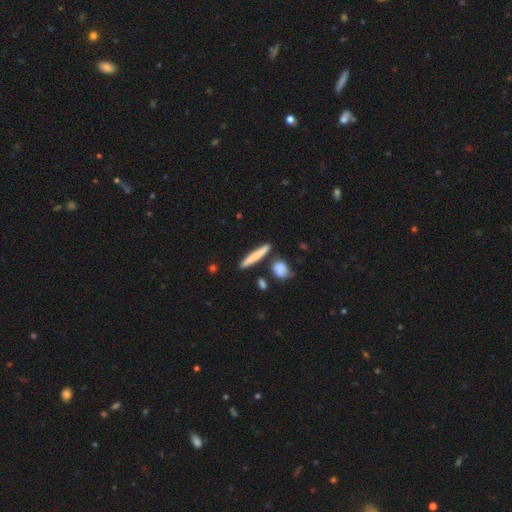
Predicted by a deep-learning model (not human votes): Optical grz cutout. It shows a smooth galaxy with no disk features (69%) that is cigar-shaped (90%). Merging: none (81%).